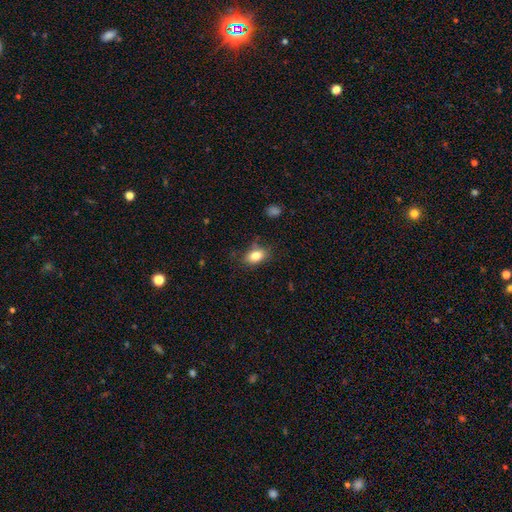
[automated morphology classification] smooth-or-featured: smooth: 82% | featured or disk: 9% | star or artifact: 9%
  how-rounded: in between: 86% | round: 12% | cigar-shaped: 3%
  merging: none: 76% | minor disturbance: 17% | major disturbance: 4% | merger: 3%